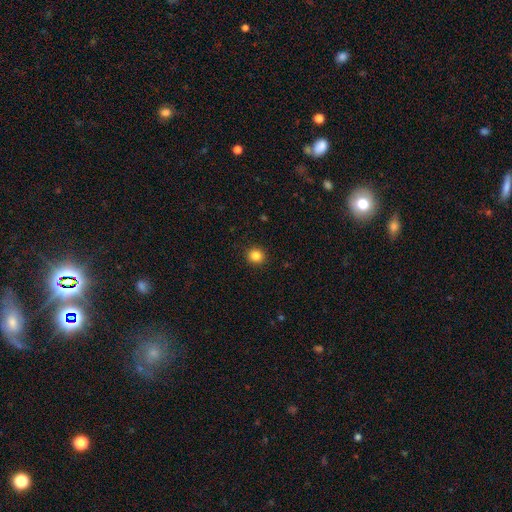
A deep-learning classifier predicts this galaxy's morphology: smooth 84%, star or artifact 11%, featured or disk 4%. Down the decision tree: how rounded — round (89%); merging — none (92%).